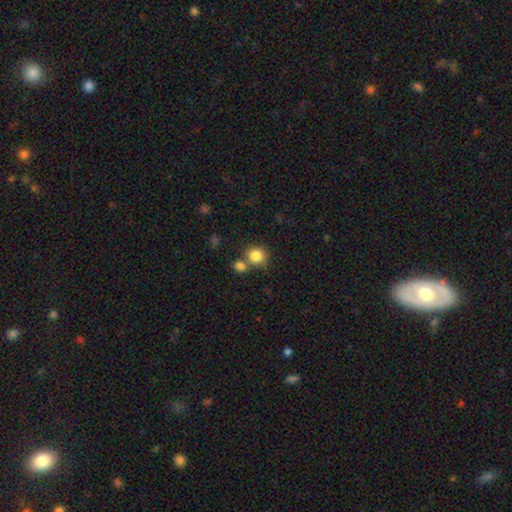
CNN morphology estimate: A smooth galaxy with no disk features (83%) that is round (85%).

Vote fractions:
- Smooth or featured? smooth: 83% / star or artifact: 10% / featured or disk: 7%
- How rounded? round: 85% / in between: 14% / cigar-shaped: 1%
- Merging? none: 59% / merger: 28% / minor disturbance: 9% / major disturbance: 3%